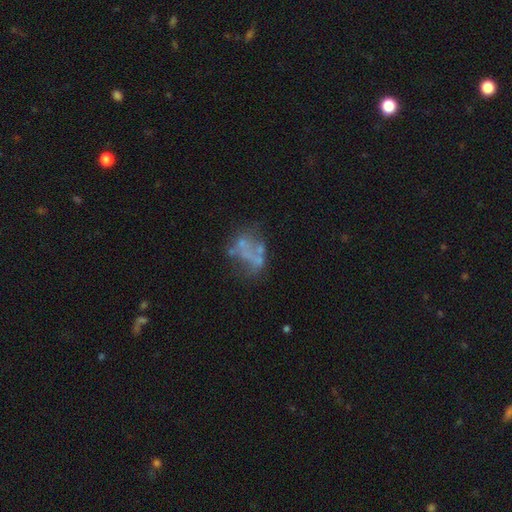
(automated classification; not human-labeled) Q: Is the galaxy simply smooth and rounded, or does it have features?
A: featured or disk — 54%.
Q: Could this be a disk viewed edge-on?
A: no — 98%.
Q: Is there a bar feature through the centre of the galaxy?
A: no — 93%.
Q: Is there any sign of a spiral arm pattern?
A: no — 95%.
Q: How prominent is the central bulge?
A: none — 81%.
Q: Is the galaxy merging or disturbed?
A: none — 38%.